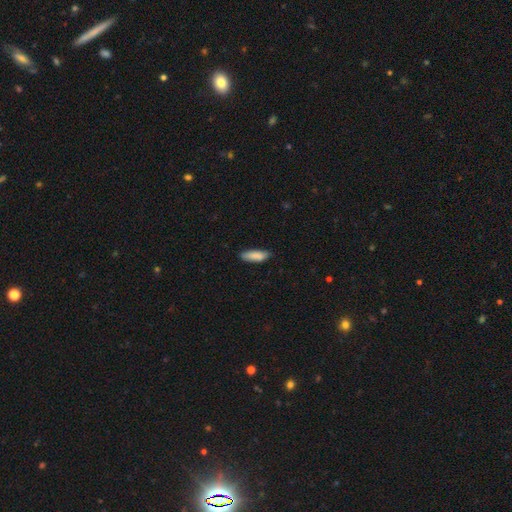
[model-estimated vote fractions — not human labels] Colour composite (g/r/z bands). It shows a smooth galaxy with no disk features (87%) that is in between round and cigar-shaped (61%). Merging: none (78%).